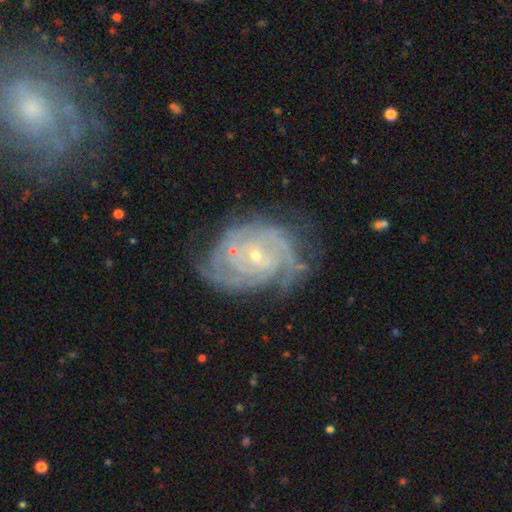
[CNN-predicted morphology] smooth_or_featured: featured or disk (p=0.89) [alt: smooth p=0.06]
disk_edge_on: no (p=0.97) [alt: yes p=0.03]
bar: no (p=0.67) [alt: weak p=0.26]
has_spiral_arms: yes (p=0.97) [alt: no p=0.03]
spiral_winding: tight (p=0.76) [alt: medium p=0.20]
spiral_arm_count: can't tell (p=0.27) [alt: 3 p=0.23]
bulge_size: small (p=0.77) [alt: moderate p=0.20]
merging: none (p=0.58) [alt: minor disturbance p=0.23]